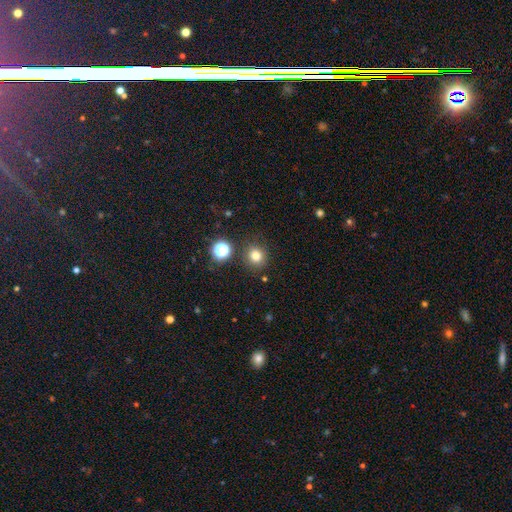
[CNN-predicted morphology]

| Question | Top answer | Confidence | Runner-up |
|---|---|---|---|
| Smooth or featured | smooth | 79% | star or artifact (16%) |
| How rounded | round | 88% | in between (11%) |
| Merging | none | 84% | minor disturbance (9%) |